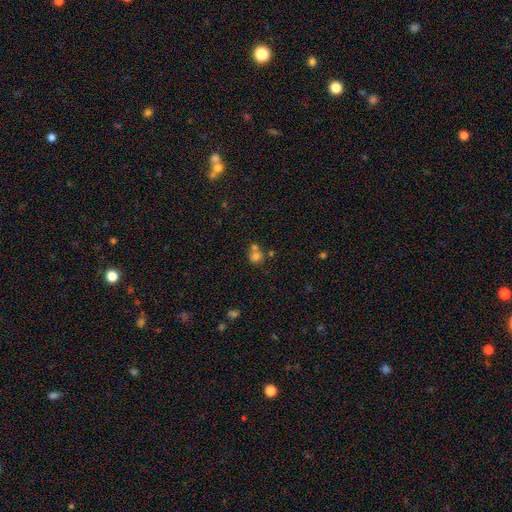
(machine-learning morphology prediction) Overall: smooth (73%). How rounded: round (79%). Merging: merger (47%; none 41%).